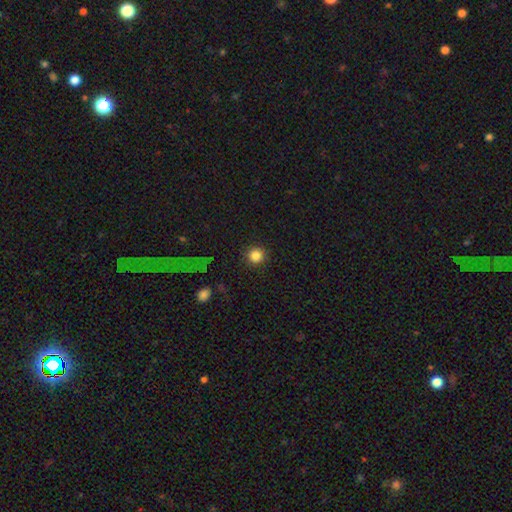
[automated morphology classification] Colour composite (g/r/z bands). It shows a smooth galaxy with no disk features (84%) that is round (95%). Merging: none (91%).